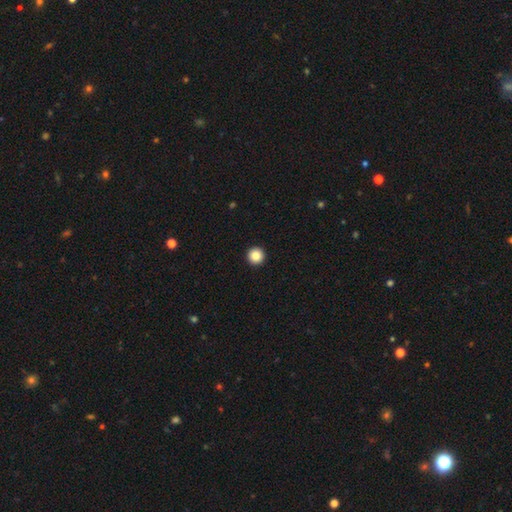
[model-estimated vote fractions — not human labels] Smooth or featured: smooth — 86% (star or artifact — 10%)
How rounded: round — 97% (in between — 2%)
Merging: none — 95% (minor disturbance — 3%)